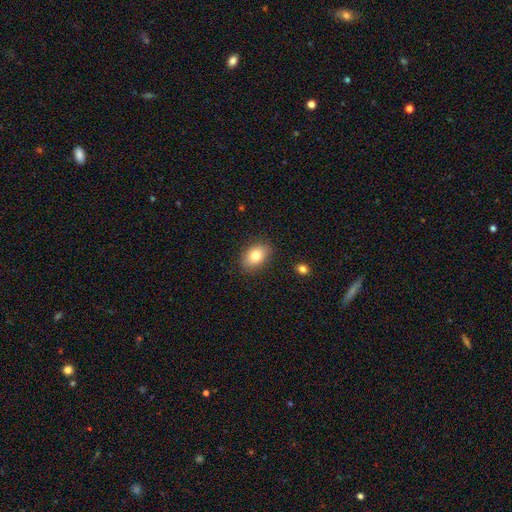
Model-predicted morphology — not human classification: A smooth galaxy with no disk features (81%) that is in between round and cigar-shaped (85%). Merging: none (85%).